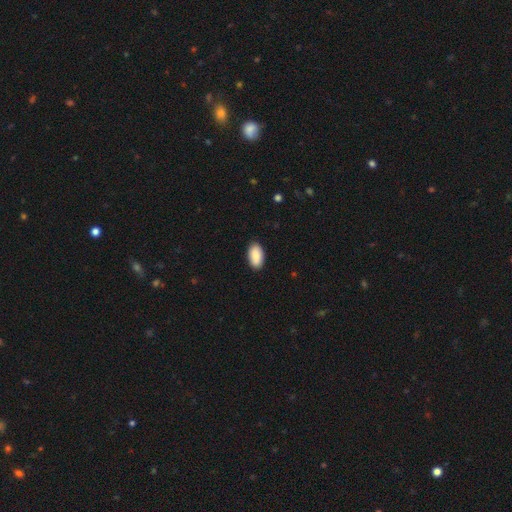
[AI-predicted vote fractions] Smooth or featured: smooth — 88% (featured or disk — 6%)
How rounded: in between — 95% (round — 3%)
Merging: none — 90% (minor disturbance — 8%)